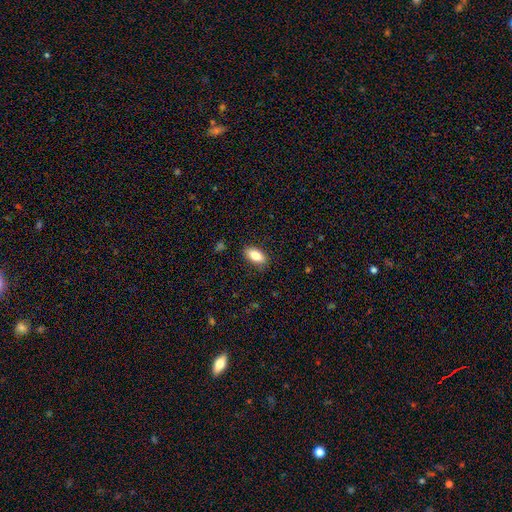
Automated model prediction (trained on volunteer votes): A smooth galaxy with no disk features (84%) that is in between round and cigar-shaped (90%).

Vote fractions:
- Smooth or featured? smooth: 84% / featured or disk: 9% / star or artifact: 7%
- How rounded? in between: 90% / cigar-shaped: 7% / round: 3%
- Merging? none: 87% / minor disturbance: 10% / major disturbance: 2% / merger: 1%